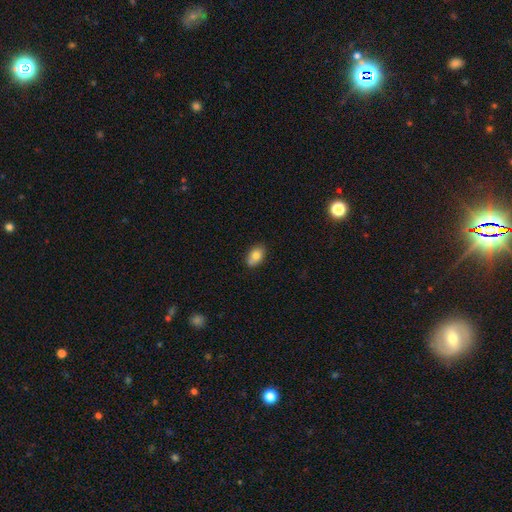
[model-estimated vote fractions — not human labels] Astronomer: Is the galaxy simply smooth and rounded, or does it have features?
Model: smooth — 82%.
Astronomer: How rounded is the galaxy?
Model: in between — 88%.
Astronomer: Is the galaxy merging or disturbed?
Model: none — 75%.